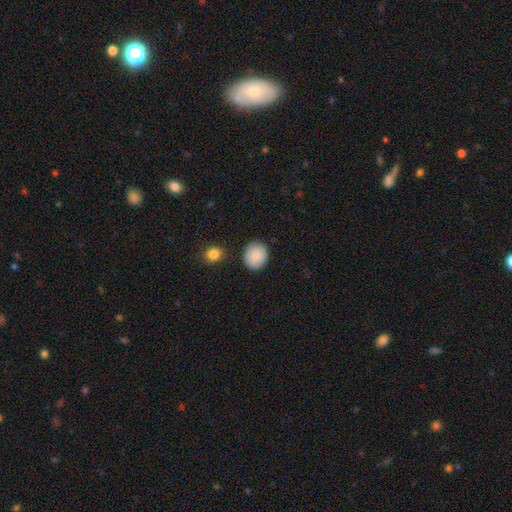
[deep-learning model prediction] Q: Smooth or featured?
A: smooth (87%); runner-up: star or artifact (7%)
Q: How rounded?
A: round (77%); runner-up: in between (22%)
Q: Merging?
A: none (85%); runner-up: minor disturbance (10%)